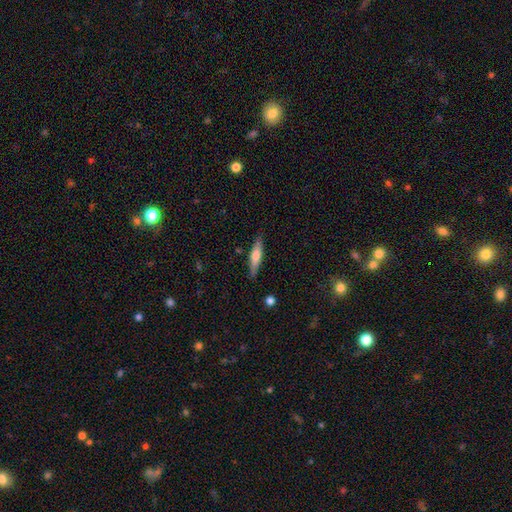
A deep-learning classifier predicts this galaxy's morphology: A smooth galaxy with no disk features (53%) that is cigar-shaped (81%). Merging: none (87%).